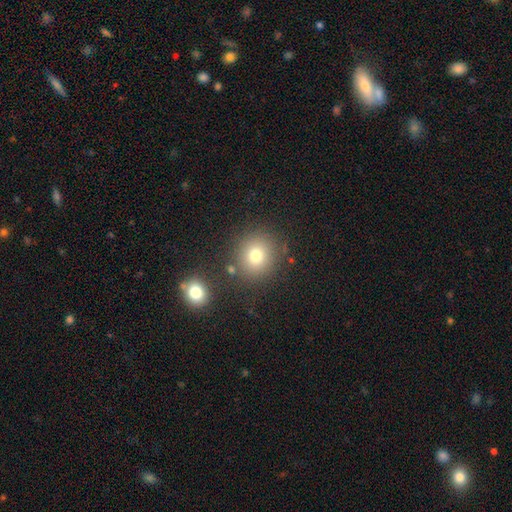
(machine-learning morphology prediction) smooth_or_featured: smooth (p=0.77) [alt: star or artifact p=0.13]
how_rounded: round (p=0.85) [alt: in between p=0.14]
merging: none (p=0.78) [alt: minor disturbance p=0.09]